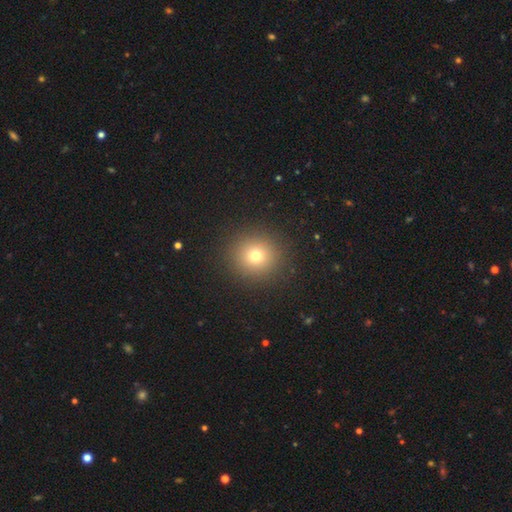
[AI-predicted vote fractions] Q: Smooth or featured?
A: smooth (73%); runner-up: star or artifact (17%)
Q: How rounded?
A: round (93%); runner-up: in between (6%)
Q: Merging?
A: none (91%); runner-up: minor disturbance (5%)